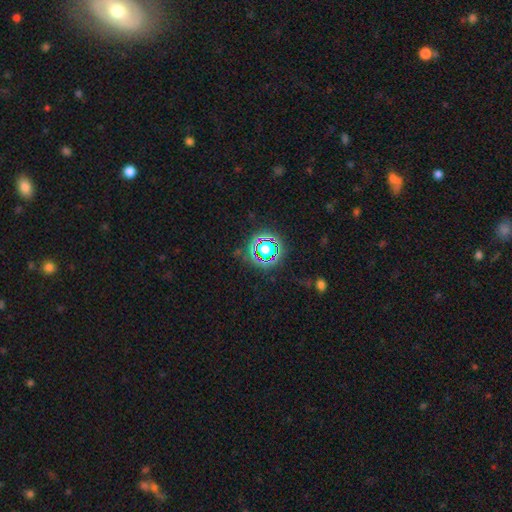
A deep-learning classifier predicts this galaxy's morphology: This is likely a star or artifact rather than a galaxy (75%).